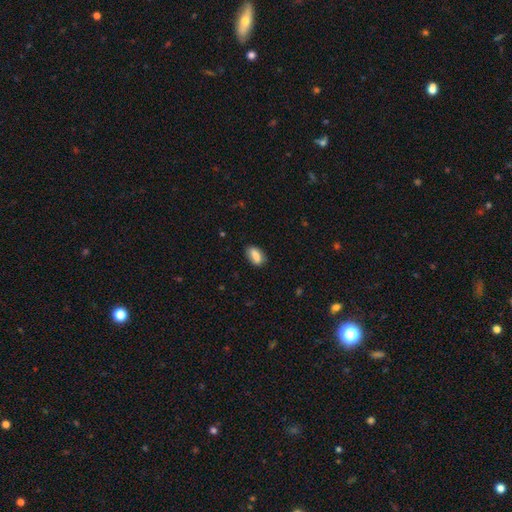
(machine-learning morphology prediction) A smooth galaxy with no disk features (83%) that is in between round and cigar-shaped (86%).

Vote fractions:
- Smooth or featured? smooth: 83% / featured or disk: 10% / star or artifact: 7%
- How rounded? in between: 86% / cigar-shaped: 9% / round: 5%
- Merging? none: 83% / minor disturbance: 13% / major disturbance: 3% / merger: 1%